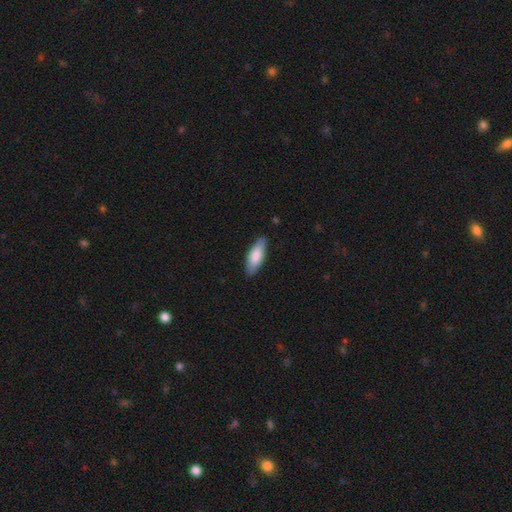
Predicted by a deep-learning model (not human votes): smooth_or_featured: smooth (p=0.82) [alt: featured or disk p=0.13]
how_rounded: in between (p=0.66) [alt: cigar-shaped p=0.32]
merging: none (p=0.86) [alt: minor disturbance p=0.11]